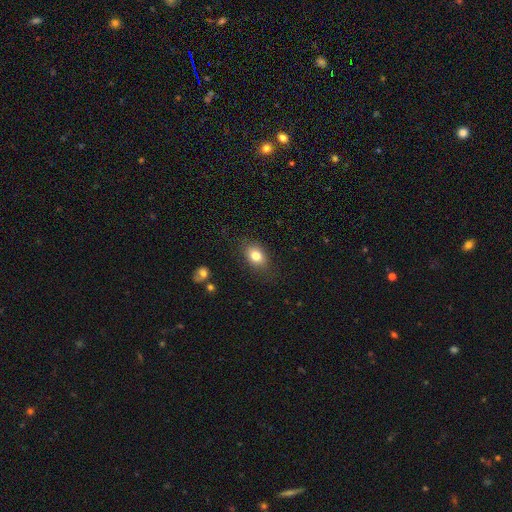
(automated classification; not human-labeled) Morphology: type=smooth (80%); roundness=in between (74%); merging=none (82%).